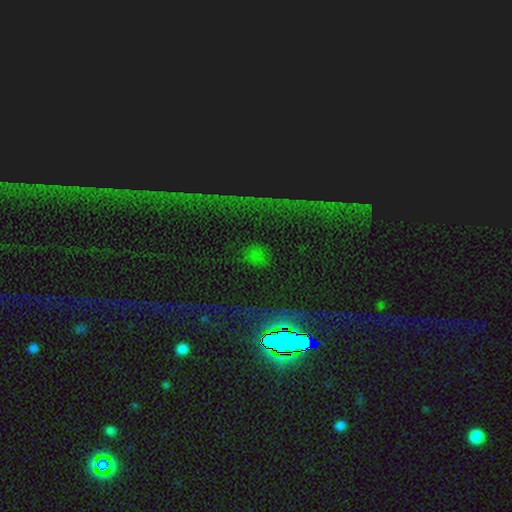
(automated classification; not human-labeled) Q: Smooth or featured?
A: star or artifact (63%); runner-up: smooth (28%)